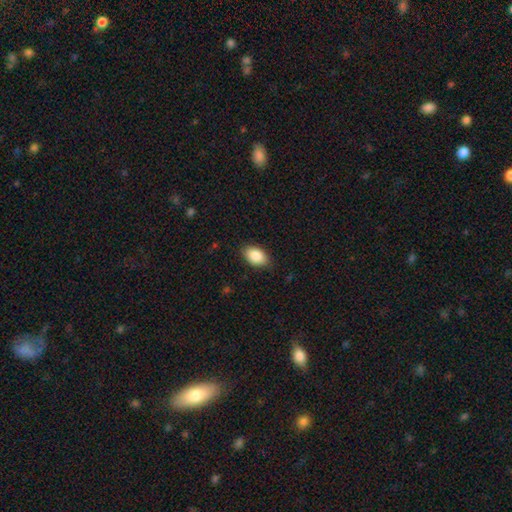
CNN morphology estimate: A smooth galaxy with no disk features (88%) that is in between round and cigar-shaped (91%).

Vote fractions:
- Smooth or featured? smooth: 88% / star or artifact: 7% / featured or disk: 5%
- How rounded? in between: 91% / round: 8% / cigar-shaped: 1%
- Merging? none: 85% / minor disturbance: 12% / major disturbance: 3% / merger: 1%